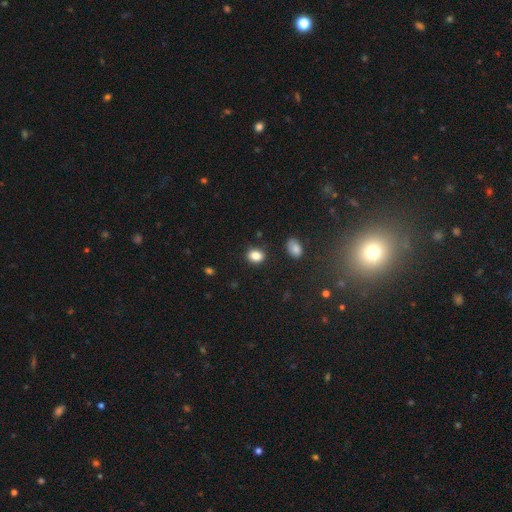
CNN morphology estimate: smooth 85%, star or artifact 10%, featured or disk 5%. Down the decision tree: how rounded — in between (50%); merging — none (83%).